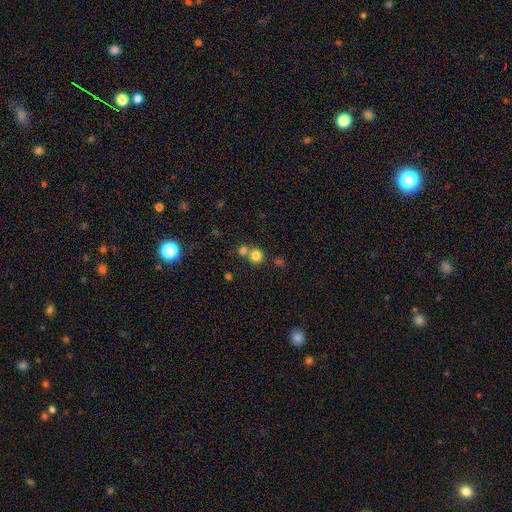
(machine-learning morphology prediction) smooth-or-featured: smooth: 80% | star or artifact: 13% | featured or disk: 7%
  how-rounded: round: 90% | in between: 9% | cigar-shaped: 1%
  merging: none: 55% | merger: 36% | minor disturbance: 6% | major disturbance: 3%